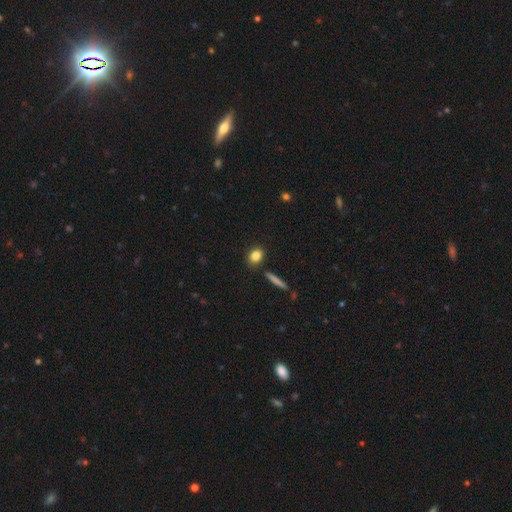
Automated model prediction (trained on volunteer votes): This is clearly a smooth galaxy (84%). How rounded: possibly in between (53%). Merging: clearly none (84%).